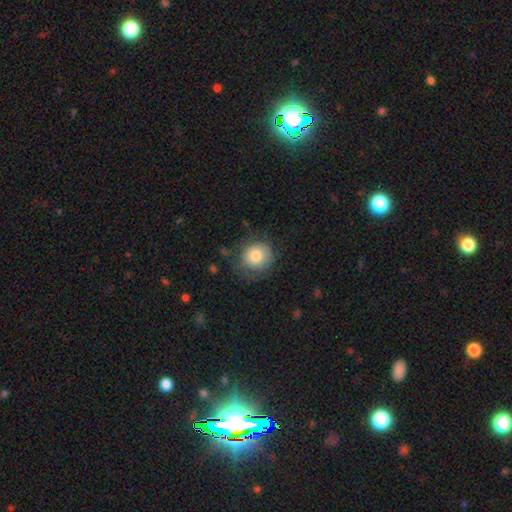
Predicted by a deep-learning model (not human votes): A smooth galaxy with no disk features (78%) that is round (86%). Merging: none (69%).